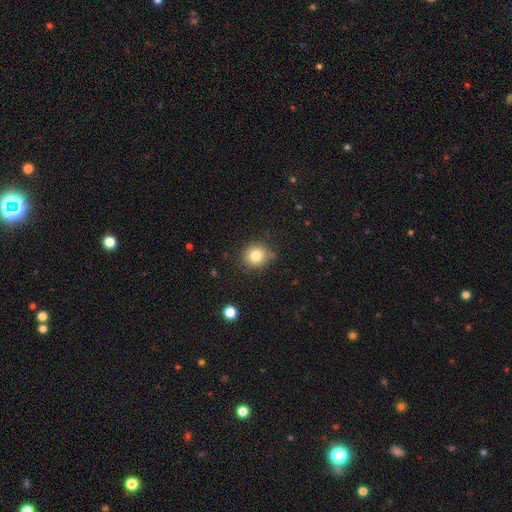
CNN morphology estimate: Smooth or featured? smooth (80%)
How rounded? round (87%)
Merging? none (80%)